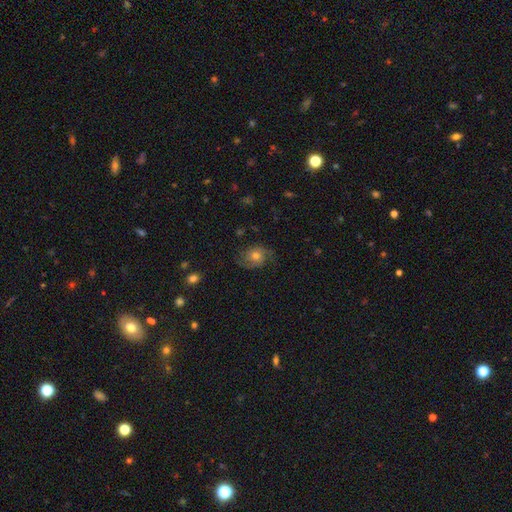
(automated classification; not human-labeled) A featured or disk galaxy (67%) with no bar (75%), 2 (79%) medium (45%) spiral arms (92%) and a moderate central bulge (64%). Merging: none (70%).